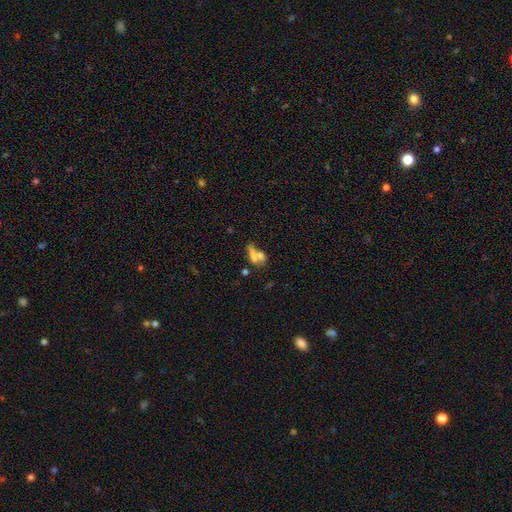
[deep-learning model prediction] Overall: smooth (63%; featured or disk 24%). How rounded: in between (53%; cigar-shaped 33%). Merging: merger (48%; none 31%).